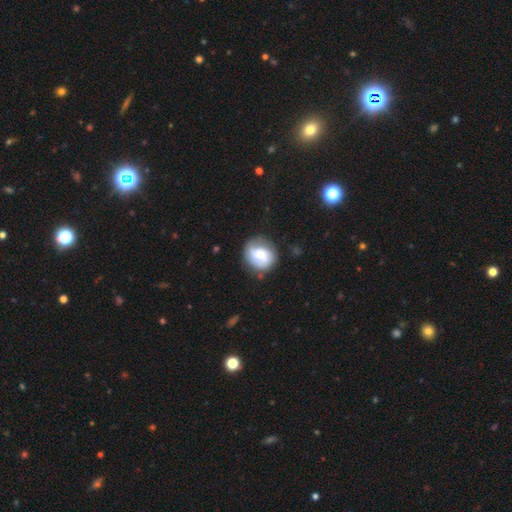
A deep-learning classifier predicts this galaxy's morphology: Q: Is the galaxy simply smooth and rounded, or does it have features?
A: featured or disk — 53%.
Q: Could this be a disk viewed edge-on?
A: no — 97%.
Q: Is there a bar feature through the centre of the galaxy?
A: no — 59%.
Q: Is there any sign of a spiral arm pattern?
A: yes — 77%.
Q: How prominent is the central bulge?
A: moderate — 55%.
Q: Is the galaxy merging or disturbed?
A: none — 69%.